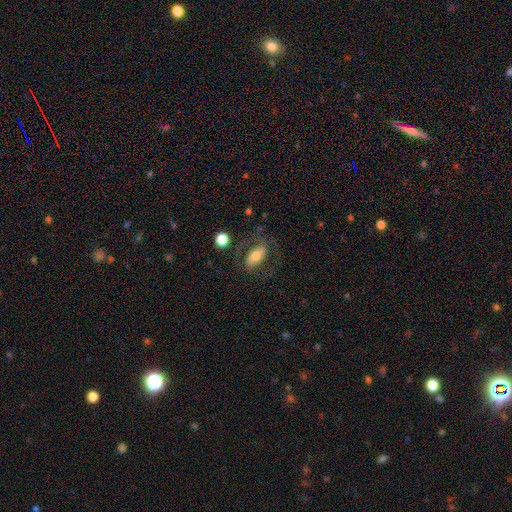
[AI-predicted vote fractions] smooth_or_featured: smooth (p=0.47) [alt: featured or disk p=0.45]
merging: none (p=0.63) [alt: major disturbance p=0.17]